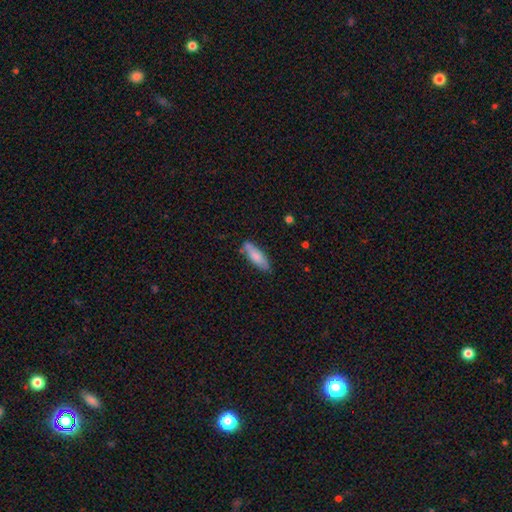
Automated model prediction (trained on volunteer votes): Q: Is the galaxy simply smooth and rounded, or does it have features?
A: smooth — 80%.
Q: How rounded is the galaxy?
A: in between — 51%.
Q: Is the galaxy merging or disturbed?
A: none — 77%.